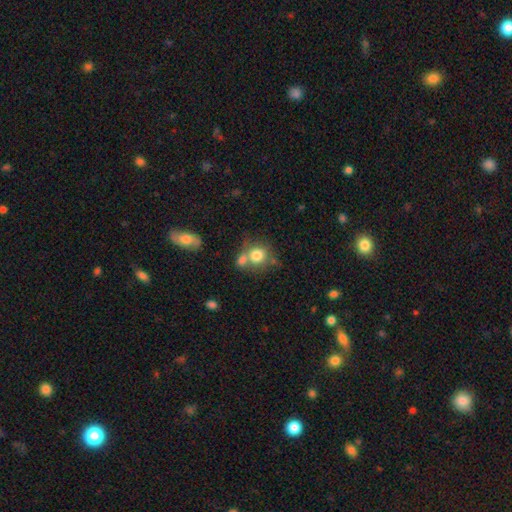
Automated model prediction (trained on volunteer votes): smooth 79%, featured or disk 12%, star or artifact 10%. Down the decision tree: how rounded — round (81%); merging — none (48%).